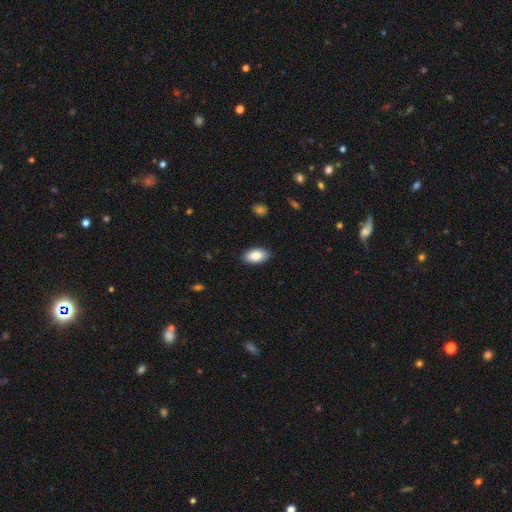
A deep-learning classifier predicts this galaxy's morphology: The model was most divided on "smooth or featured": smooth: 87%, featured or disk: 7%, star or artifact: 7%. More confident: how rounded — in between (94%); merging — none (89%).